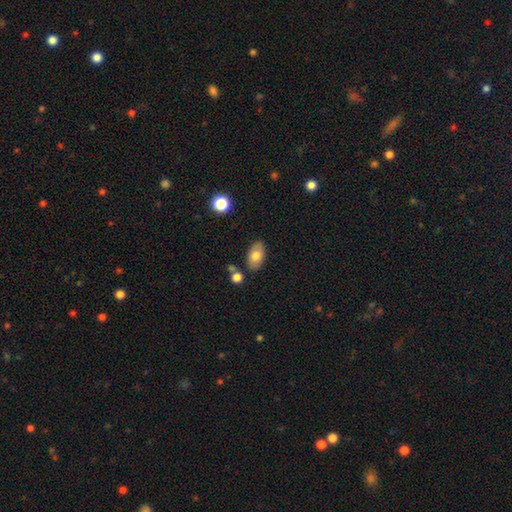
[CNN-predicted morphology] Overall: smooth (76%). How rounded: in between (92%). Merging: none (78%).